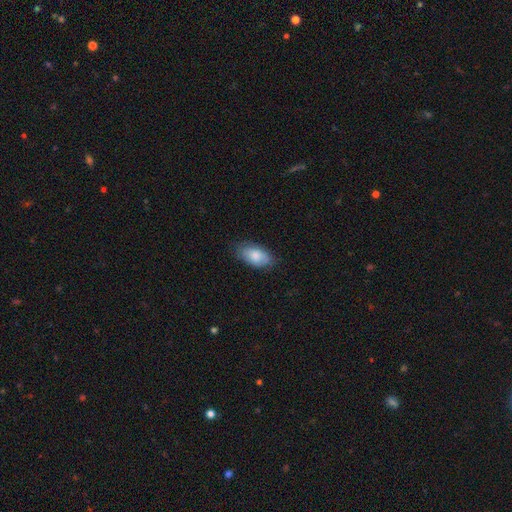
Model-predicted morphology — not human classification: Overall: smooth (80%). How rounded: in between (93%). Merging: none (75%).